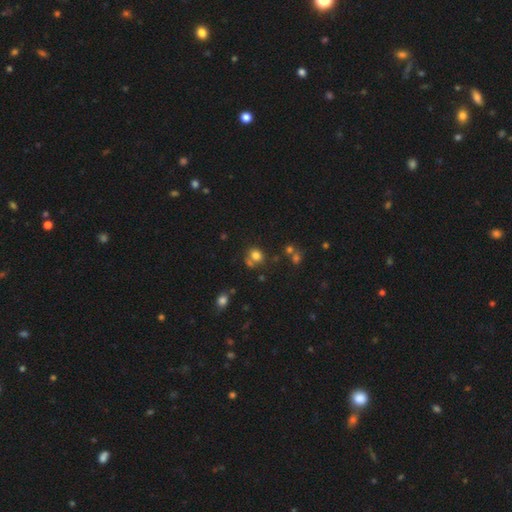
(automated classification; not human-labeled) smooth_or_featured: smooth (p=0.76) [alt: star or artifact p=0.15]
how_rounded: round (p=0.67) [alt: in between p=0.32]
merging: none (p=0.59) [alt: merger p=0.23]